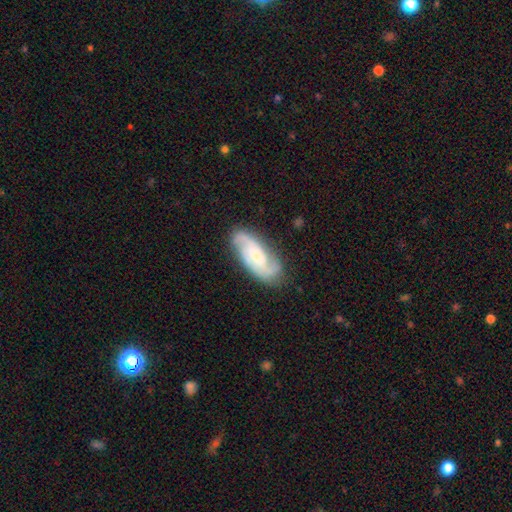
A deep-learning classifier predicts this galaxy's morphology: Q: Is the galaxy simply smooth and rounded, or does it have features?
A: featured or disk — 80%.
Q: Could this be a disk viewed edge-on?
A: no — 94%.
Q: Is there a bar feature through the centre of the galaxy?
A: no — 48%.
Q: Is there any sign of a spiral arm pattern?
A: yes — 97%.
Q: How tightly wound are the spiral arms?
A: medium — 47%.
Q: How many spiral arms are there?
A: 2 — 63%.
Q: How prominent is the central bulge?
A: small — 58%.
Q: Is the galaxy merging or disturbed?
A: none — 79%.